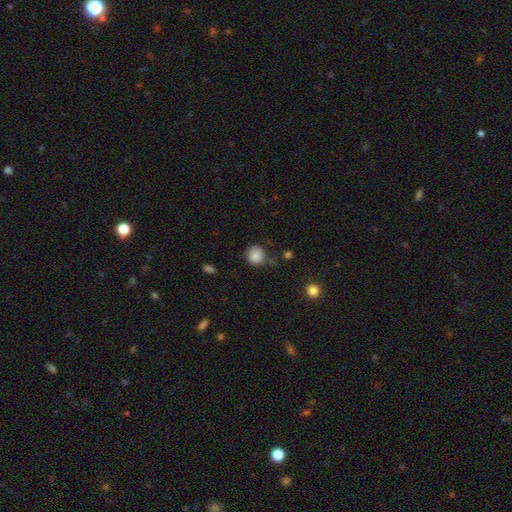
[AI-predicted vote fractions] The model was most divided on "merging": none: 75%, minor disturbance: 16%, major disturbance: 5%, merger: 4%. More confident: how rounded — round (90%); smooth or featured — smooth (87%).